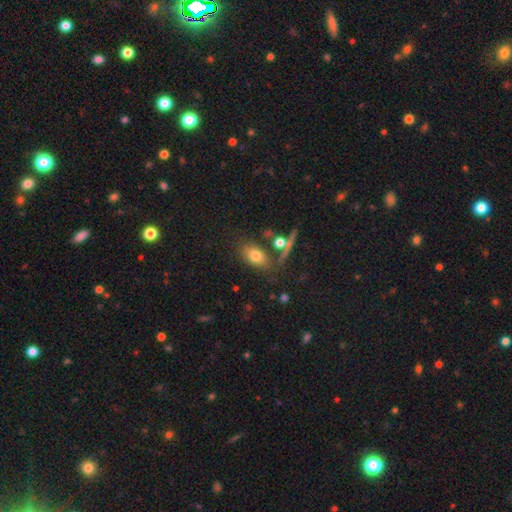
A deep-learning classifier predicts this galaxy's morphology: A smooth galaxy with no disk features (70%) that is in between round and cigar-shaped (82%).

Vote fractions:
- Smooth or featured? smooth: 70% / featured or disk: 19% / star or artifact: 11%
- How rounded? in between: 82% / round: 13% / cigar-shaped: 4%
- Merging? none: 69% / minor disturbance: 14% / merger: 12% / major disturbance: 5%